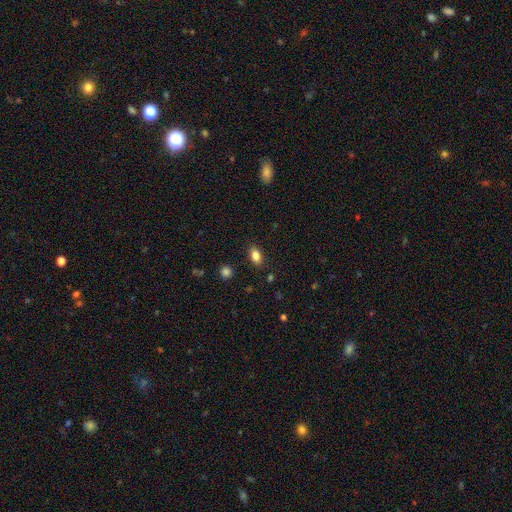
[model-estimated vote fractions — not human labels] Smooth or featured? smooth (84%)
How rounded? in between (87%)
Merging? none (87%)